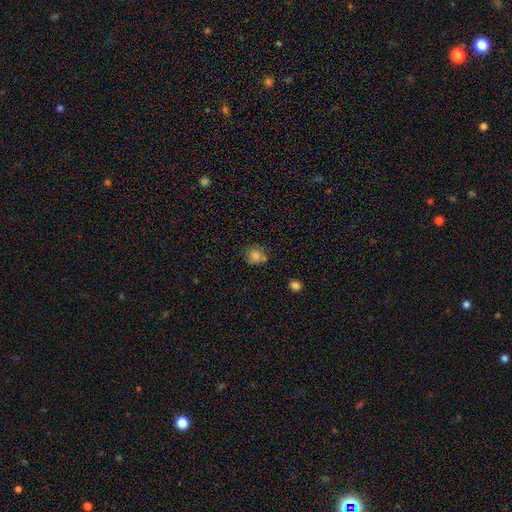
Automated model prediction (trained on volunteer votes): A smooth galaxy with no disk features (79%) that is round (88%). Merging: none (73%).